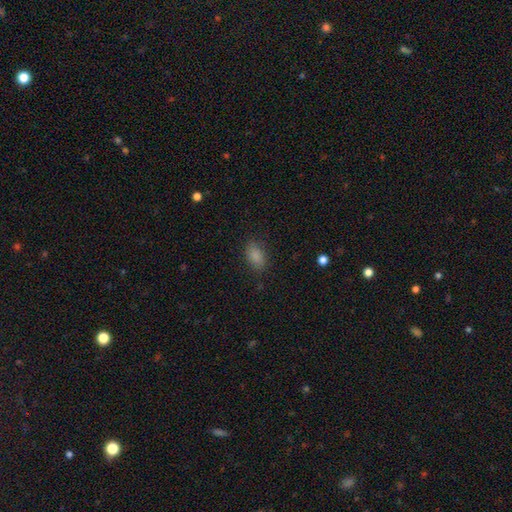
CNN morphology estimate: type=smooth (87%); roundness=in between (90%); merging=none (82%).